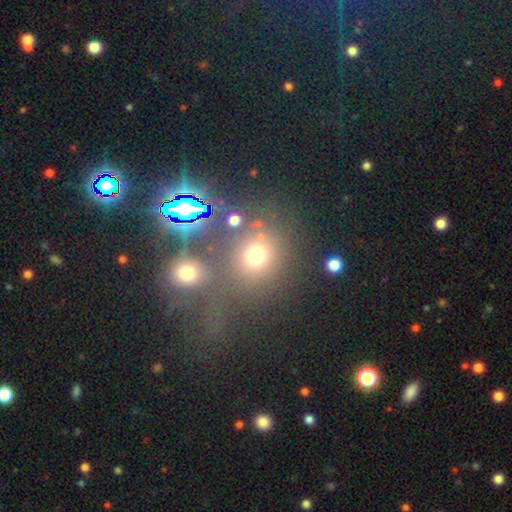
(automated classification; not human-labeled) Smooth or featured?
  - smooth: 47% *
  - star or artifact: 42%
  - featured or disk: 11%
Merging?
  - none: 58% *
  - merger: 22%
  - minor disturbance: 11%
  - major disturbance: 9%